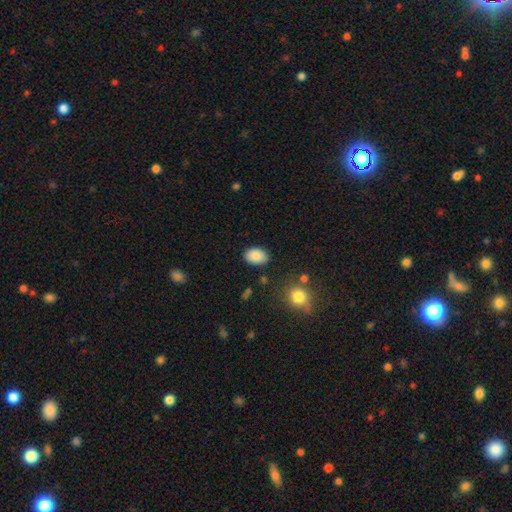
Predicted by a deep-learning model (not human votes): Smooth or featured? smooth (88%)
How rounded? in between (87%)
Merging? none (85%)